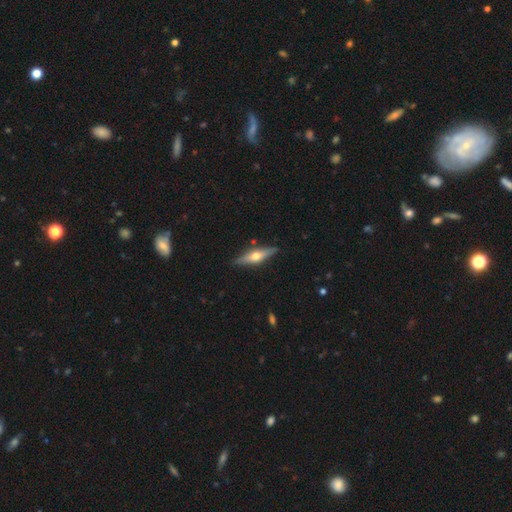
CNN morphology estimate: smooth_or_featured: featured or disk (p=0.59) [alt: smooth p=0.35]
disk_edge_on: yes (p=0.93) [alt: no p=0.07]
edge_on_bulge: rounded (p=0.93) [alt: boxy p=0.04]
merging: none (p=0.86) [alt: minor disturbance p=0.10]